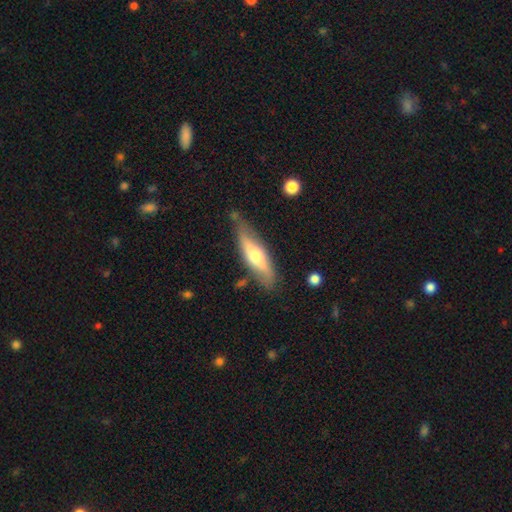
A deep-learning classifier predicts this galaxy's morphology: The model was most divided on "smooth or featured": featured or disk: 48%, smooth: 47%, star or artifact: 5%. More confident: merging — none (72%).